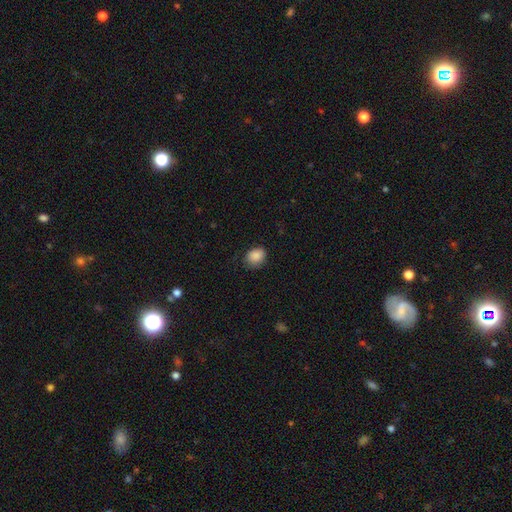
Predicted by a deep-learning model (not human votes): smooth-or-featured: smooth: 88% | star or artifact: 8% | featured or disk: 4%
  how-rounded: in between: 54% | round: 46% | cigar-shaped: 1%
  merging: none: 72% | minor disturbance: 22% | major disturbance: 4% | merger: 1%